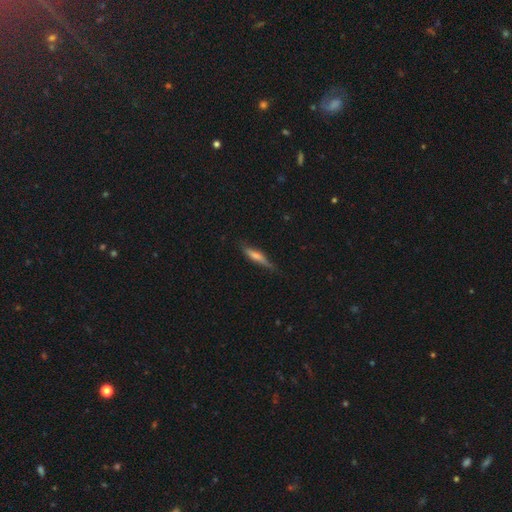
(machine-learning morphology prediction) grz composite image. It shows a smooth galaxy with no disk features (49%). Merging: none (74%).